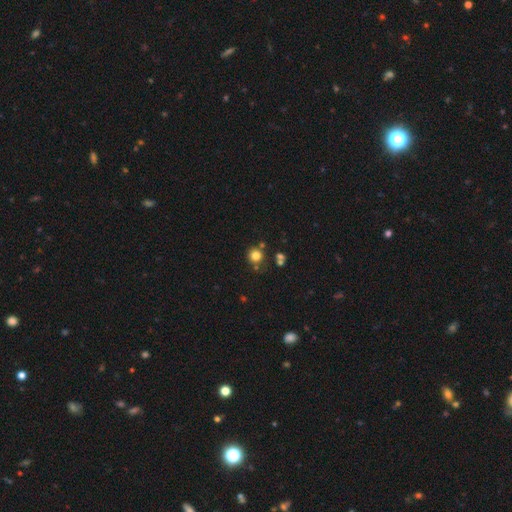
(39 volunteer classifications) This is likely a smooth galaxy (77%). How rounded: clearly round (97%). Merging: clearly none (83%).